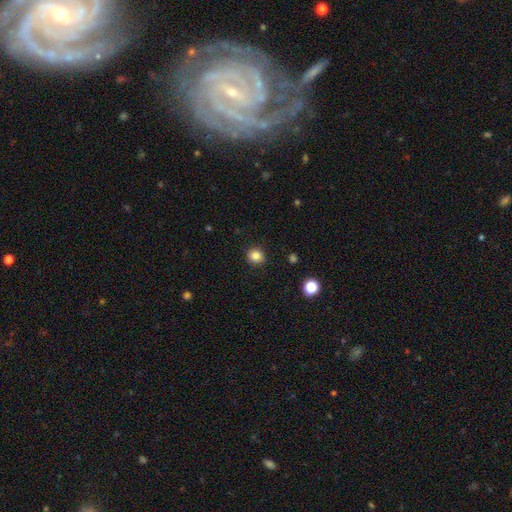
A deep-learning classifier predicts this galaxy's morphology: smooth 83%, star or artifact 11%, featured or disk 5%. Down the decision tree: how rounded — round (82%); merging — none (90%).